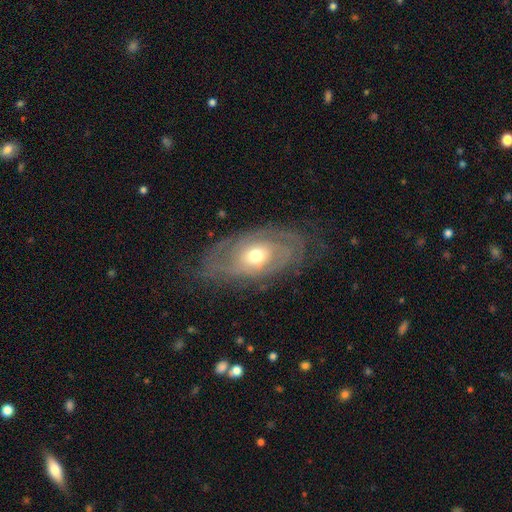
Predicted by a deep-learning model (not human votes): Smooth or featured? featured or disk (76%)
Edge-on disk? no (92%)
Bar? no (73%)
Spiral arms? yes (81%)
Spiral winding? tight (60%)
Spiral arm count? can't tell (39%)
Bulge size? moderate (66%)
Merging? none (66%)